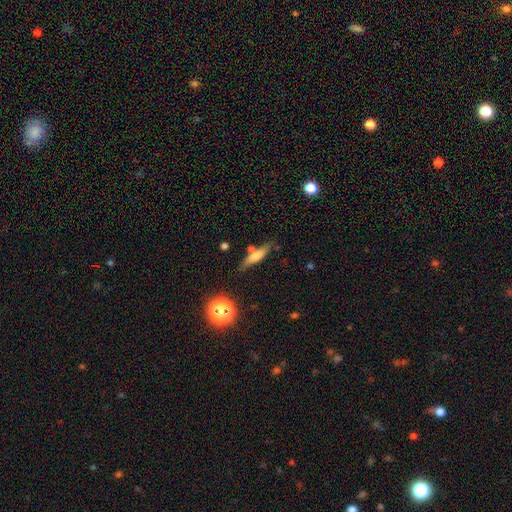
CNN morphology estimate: This is possibly a smooth galaxy (54%). How rounded: likely cigar-shaped (79%). Merging: likely none (73%).